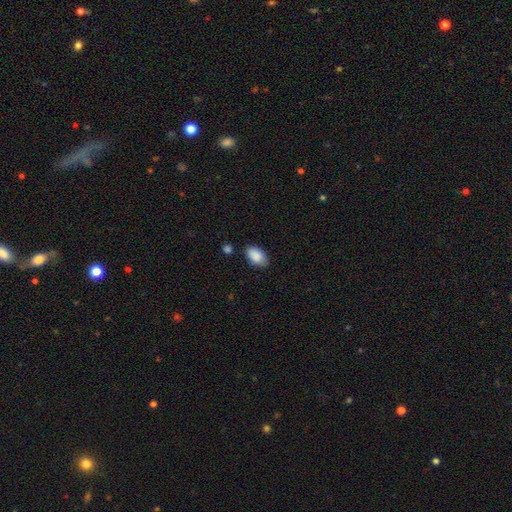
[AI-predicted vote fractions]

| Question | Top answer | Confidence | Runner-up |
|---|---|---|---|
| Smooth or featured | smooth | 89% | star or artifact (6%) |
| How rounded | in between | 93% | round (6%) |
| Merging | none | 80% | minor disturbance (14%) |